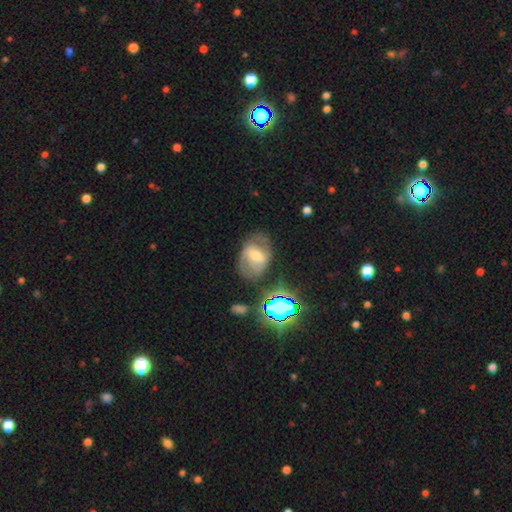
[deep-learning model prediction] Morphology: type=featured or disk (65%); edge-on=no (95%); bar=weak (42%); spiral arms=yes (76%); bulge=moderate (56%); merging=none (65%).